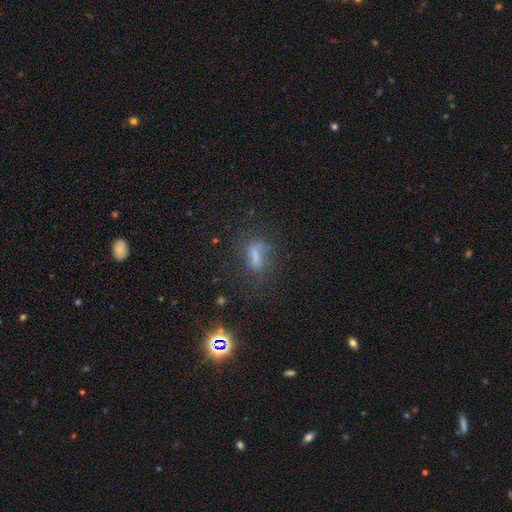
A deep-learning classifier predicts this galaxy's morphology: smooth 54%, featured or disk 24%, star or artifact 22%. Down the decision tree: how rounded — in between (63%); merging — none (47%).